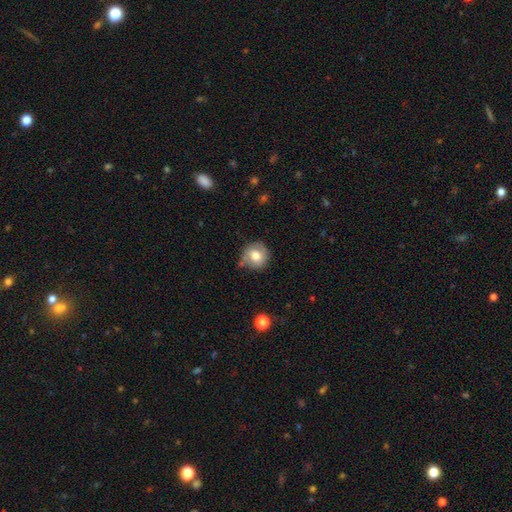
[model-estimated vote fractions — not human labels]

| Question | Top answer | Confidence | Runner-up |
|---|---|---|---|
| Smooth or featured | smooth | 75% | featured or disk (17%) |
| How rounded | round | 90% | in between (9%) |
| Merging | none | 69% | minor disturbance (21%) |